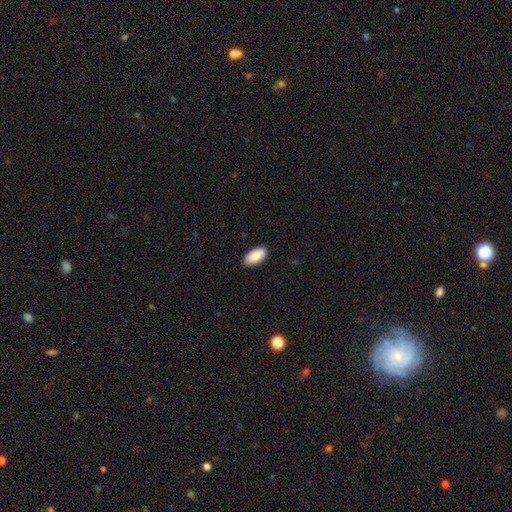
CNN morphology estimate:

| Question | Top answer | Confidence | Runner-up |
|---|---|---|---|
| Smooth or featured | smooth | 88% | star or artifact (6%) |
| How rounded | in between | 95% | cigar-shaped (3%) |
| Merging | none | 87% | minor disturbance (11%) |